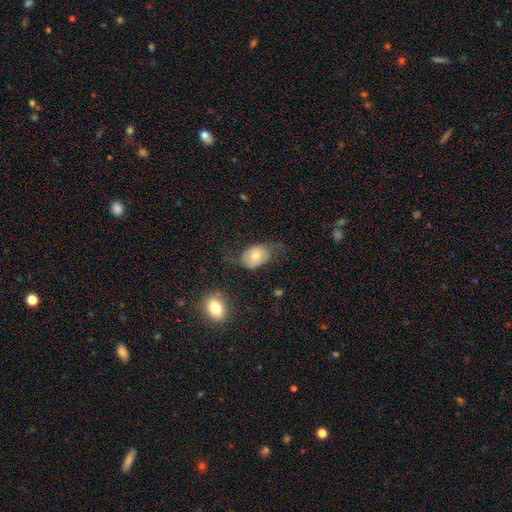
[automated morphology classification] type=smooth (52%); roundness=in between (81%); merging=none (47%).